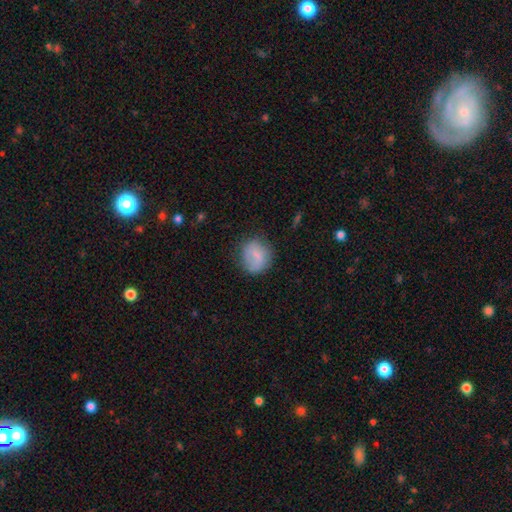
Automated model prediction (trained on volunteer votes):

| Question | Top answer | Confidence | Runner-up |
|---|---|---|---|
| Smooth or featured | smooth | 74% | featured or disk (19%) |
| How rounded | round | 74% | in between (25%) |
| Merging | none | 68% | minor disturbance (22%) |